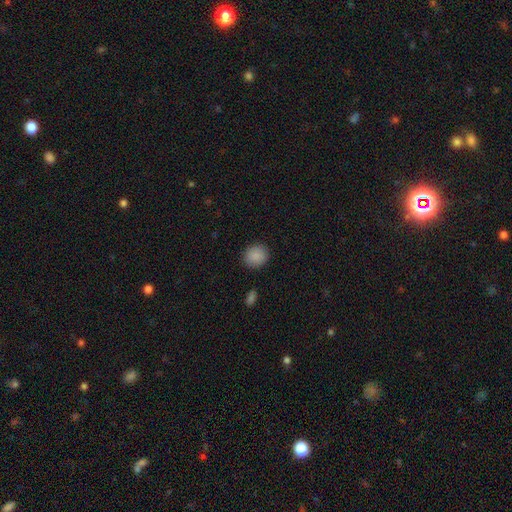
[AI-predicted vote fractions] A smooth galaxy with no disk features (89%) that is round (78%).

Vote fractions:
- Smooth or featured? smooth: 89% / star or artifact: 8% / featured or disk: 3%
- How rounded? round: 78% / in between: 21% / cigar-shaped: 1%
- Merging? none: 89% / minor disturbance: 8% / major disturbance: 2% / merger: 1%